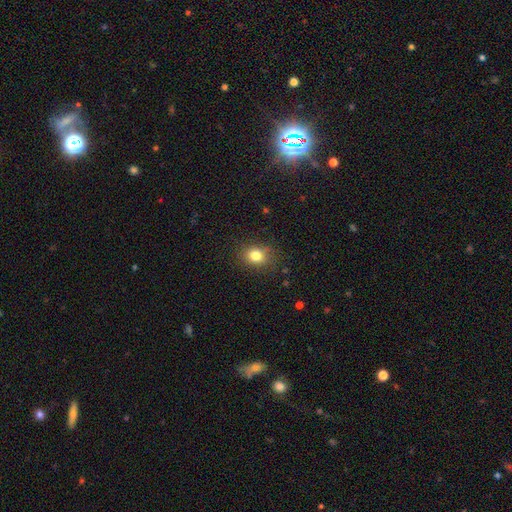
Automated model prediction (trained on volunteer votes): A smooth galaxy with no disk features (80%) that is round (56%).

Vote fractions:
- Smooth or featured? smooth: 80% / star or artifact: 12% / featured or disk: 8%
- How rounded? round: 56% / in between: 43% / cigar-shaped: 1%
- Merging? none: 82% / minor disturbance: 13% / major disturbance: 4% / merger: 1%